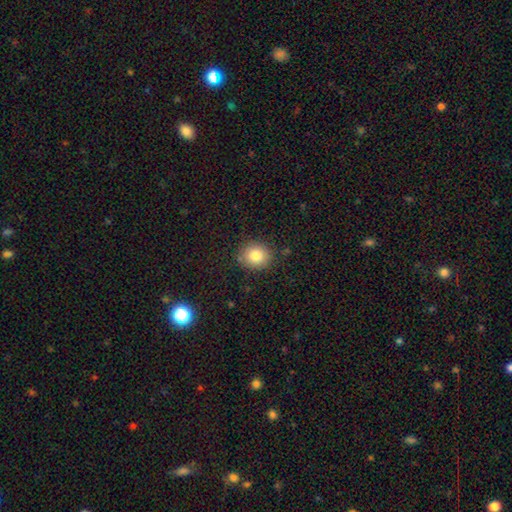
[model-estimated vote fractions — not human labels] Morphology: type=smooth (82%); roundness=round (79%); merging=none (87%).